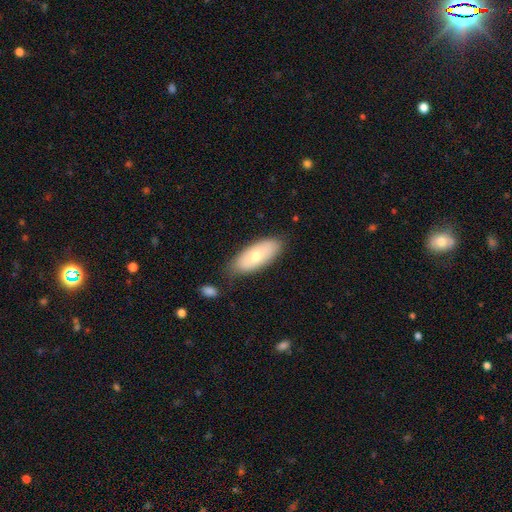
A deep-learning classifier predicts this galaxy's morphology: Smooth or featured?
  - smooth: 67% *
  - featured or disk: 27%
  - star or artifact: 6%
How rounded?
  - in between: 86% *
  - cigar-shaped: 11%
  - round: 2%
Merging?
  - none: 75% *
  - minor disturbance: 17%
  - major disturbance: 4%
  - merger: 4%